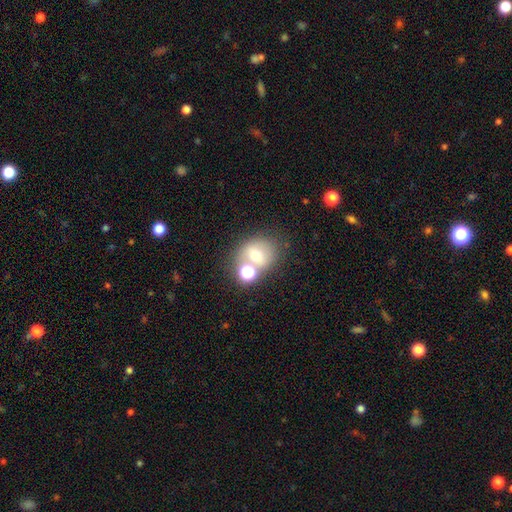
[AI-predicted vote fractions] Overall: smooth (62%). How rounded: round (62%; in between 37%). Merging: none (48%; merger 33%).